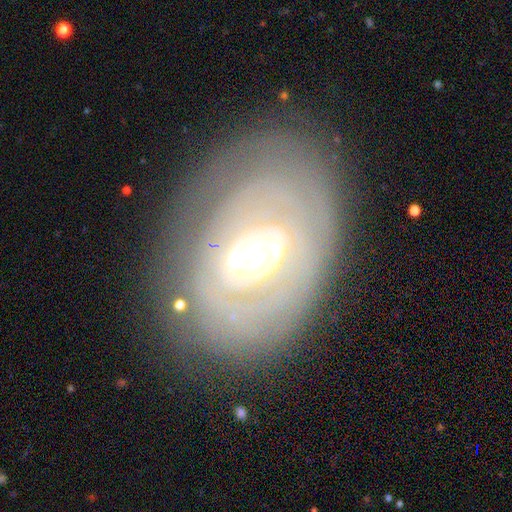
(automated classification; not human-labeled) featured or disk 73%, smooth 20%, star or artifact 7%. Down the decision tree: edge-on disk — no (94%); bar — weak (44%); spiral arms — yes (58%); bulge size — moderate (65%); merging — none (73%).